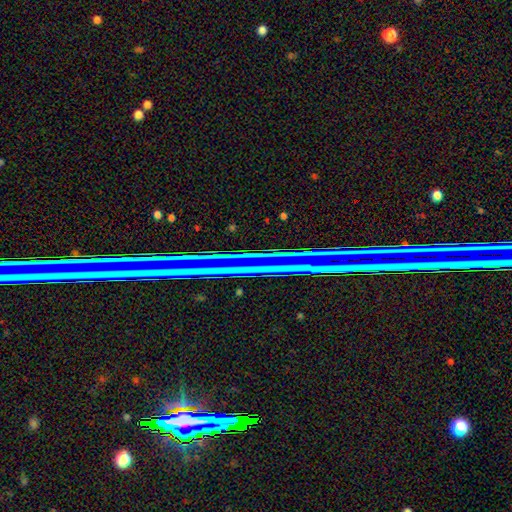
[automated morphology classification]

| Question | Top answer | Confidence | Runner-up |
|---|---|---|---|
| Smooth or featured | star or artifact | 78% | featured or disk (12%) |